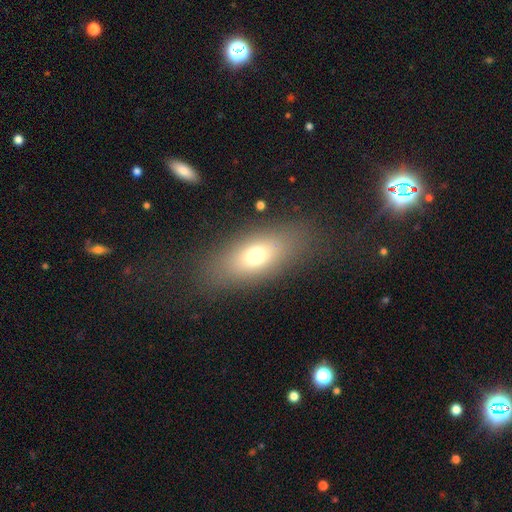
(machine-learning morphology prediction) The model was most divided on "smooth or featured": smooth: 69%, featured or disk: 20%, star or artifact: 12%. More confident: merging — none (81%); how rounded — in between (80%).